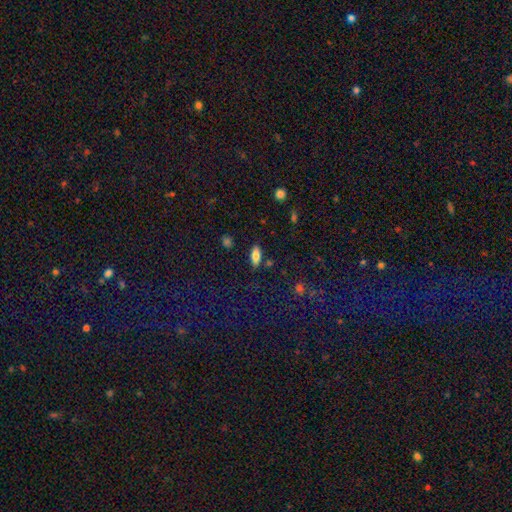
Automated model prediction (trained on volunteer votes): This appears to be a smooth galaxy with no disk features (80%) that is in between round and cigar-shaped (84%). Merging: none (85%).